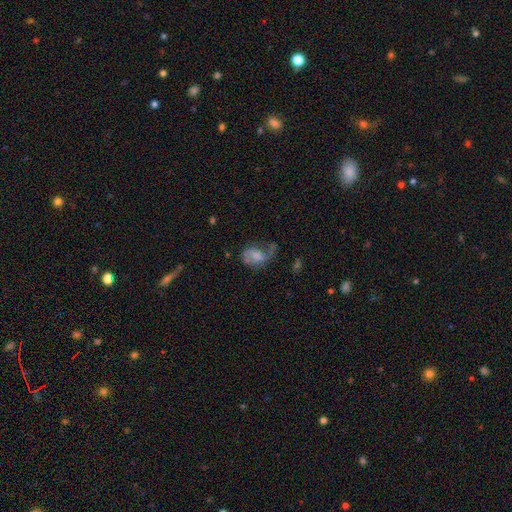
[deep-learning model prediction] This appears to be a featured or disk galaxy (48%). Merging: major disturbance (40%).